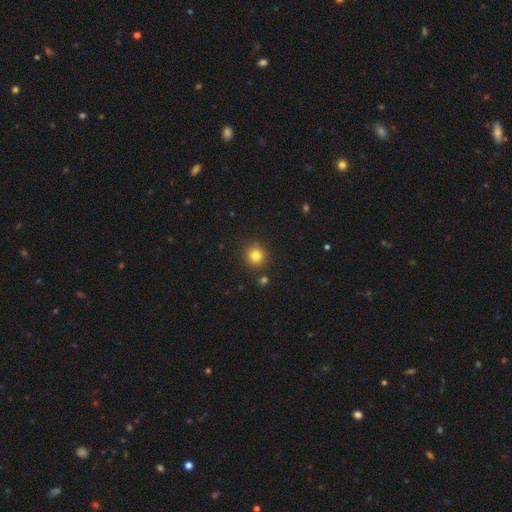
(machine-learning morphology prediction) The model was most divided on "smooth or featured": smooth: 81%, star or artifact: 13%, featured or disk: 6%. More confident: how rounded — round (92%); merging — none (86%).